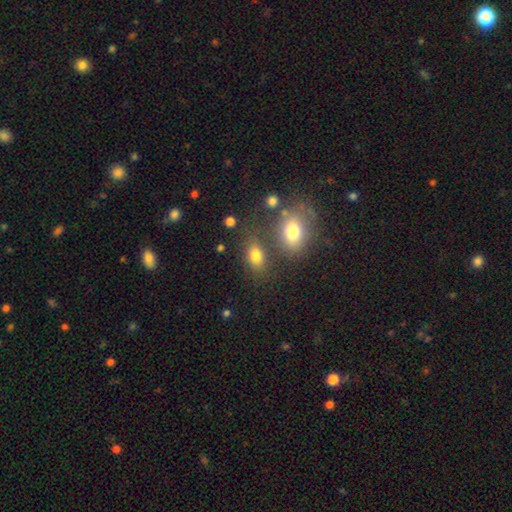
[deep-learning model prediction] Smooth or featured? smooth (78%)
How rounded? in between (80%)
Merging? none (67%)